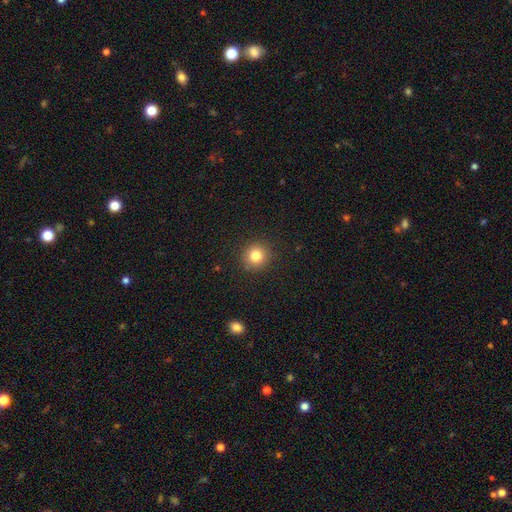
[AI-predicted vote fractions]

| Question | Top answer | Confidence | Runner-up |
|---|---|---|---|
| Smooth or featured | smooth | 81% | star or artifact (12%) |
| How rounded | round | 93% | in between (7%) |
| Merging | none | 90% | minor disturbance (6%) |